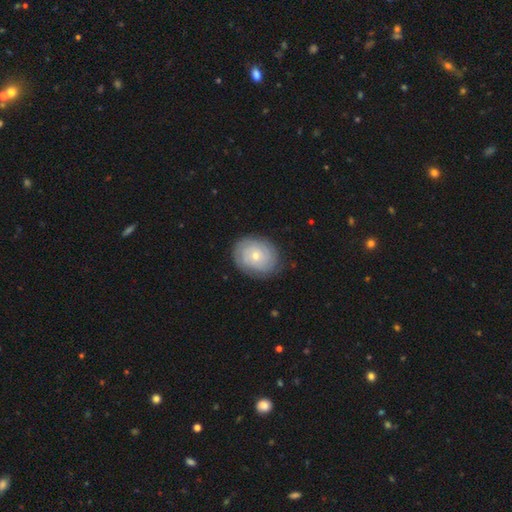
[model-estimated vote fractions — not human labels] The model was most divided on "spiral arm count": can't tell: 43%, 2: 20%, 3: 16%, 4: 9%, more than 4: 6%, 1: 5%. More confident: edge-on disk — no (97%); spiral arms — yes (87%); merging — none (84%); bar — no (83%); spiral winding — tight (82%); smooth or featured — featured or disk (67%); bulge size — small (64%).